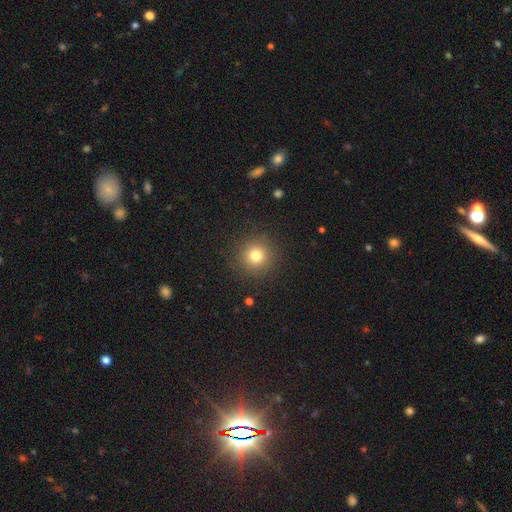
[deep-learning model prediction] Smooth or featured? Predicted: smooth (p=0.77). How rounded? Predicted: round (p=0.95). Merging? Predicted: none (p=0.90).